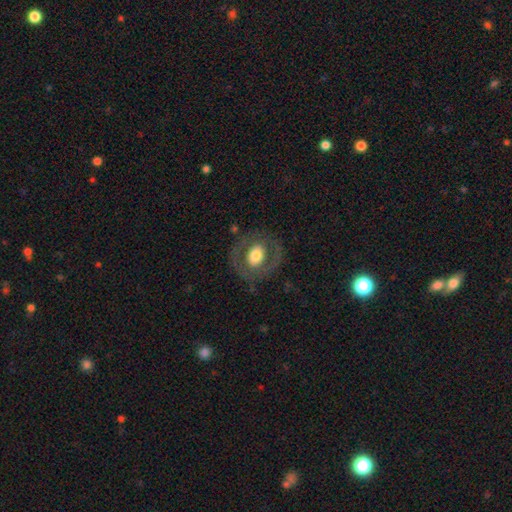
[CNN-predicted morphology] smooth 48%, featured or disk 45%, star or artifact 7%. Down the decision tree: merging — none (76%).